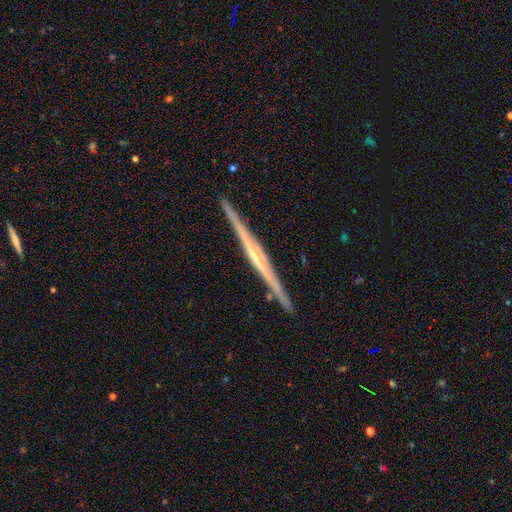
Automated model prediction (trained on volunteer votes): A featured or disk galaxy (83%) viewed edge-on (98%) with a rounded central bulge (47%).

Vote fractions:
- Smooth or featured? featured or disk: 83% / smooth: 12% / star or artifact: 5%
- Edge-on disk? yes: 98% / no: 2%
- Edge-on bulge? rounded: 47% / none: 40% / boxy: 13%
- Merging? none: 91% / minor disturbance: 6% / major disturbance: 1% / merger: 1%